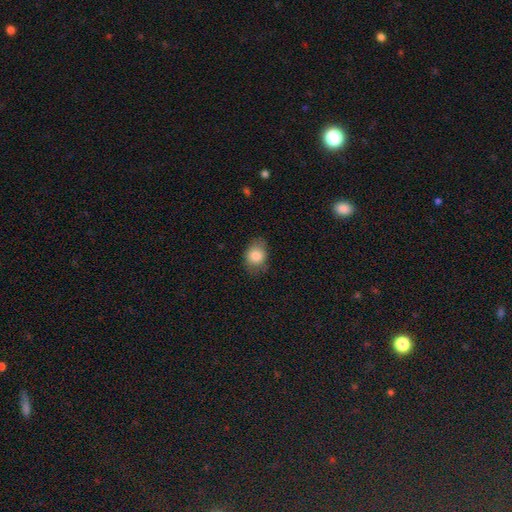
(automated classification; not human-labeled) smooth 83%, featured or disk 9%, star or artifact 9%. Down the decision tree: how rounded — in between (55%); merging — none (70%).